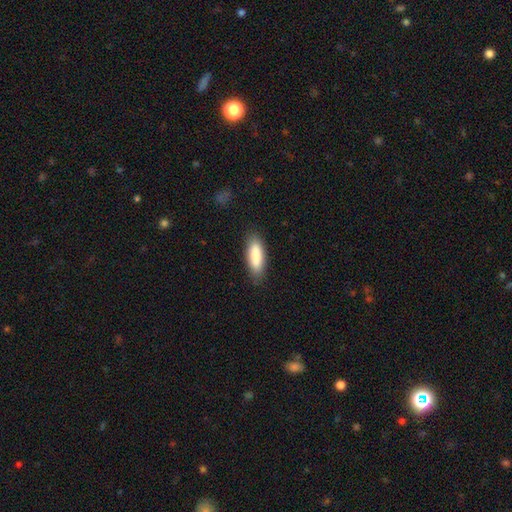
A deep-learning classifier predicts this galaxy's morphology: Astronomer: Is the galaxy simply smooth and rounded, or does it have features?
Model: smooth — 85%.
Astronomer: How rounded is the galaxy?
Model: in between — 60% (runner-up: cigar-shaped, 39%).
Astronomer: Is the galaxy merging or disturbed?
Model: none — 84%.